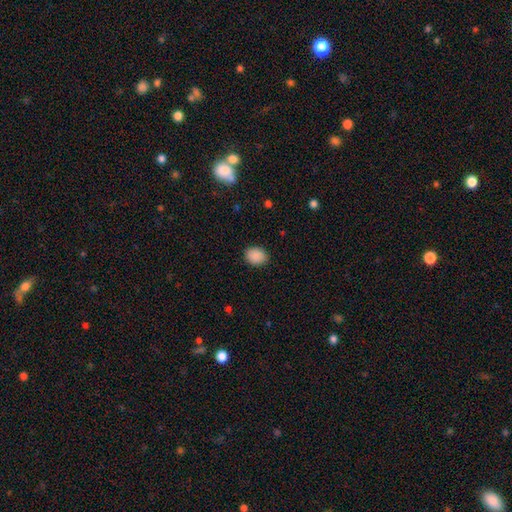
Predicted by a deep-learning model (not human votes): This is clearly a smooth galaxy (89%). How rounded: possibly in between (53%). Merging: clearly none (88%).